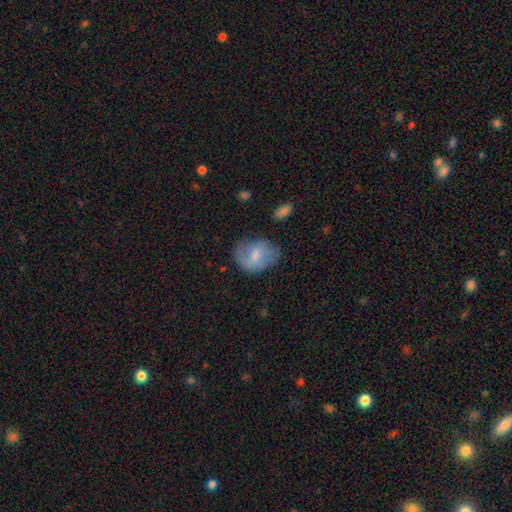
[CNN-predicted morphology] Smooth or featured?
  - smooth: 62% *
  - featured or disk: 31%
  - star or artifact: 7%
How rounded?
  - in between: 63% *
  - round: 35%
  - cigar-shaped: 1%
Merging?
  - none: 56% *
  - minor disturbance: 28%
  - major disturbance: 13%
  - merger: 3%